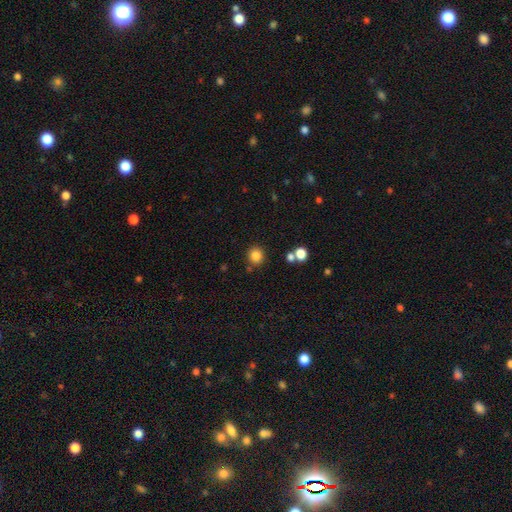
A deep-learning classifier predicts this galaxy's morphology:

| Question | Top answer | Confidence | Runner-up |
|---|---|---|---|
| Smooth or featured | smooth | 83% | star or artifact (12%) |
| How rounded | round | 87% | in between (12%) |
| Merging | none | 84% | minor disturbance (8%) |